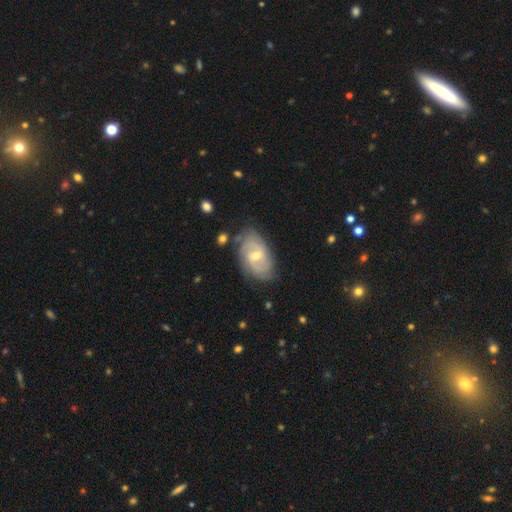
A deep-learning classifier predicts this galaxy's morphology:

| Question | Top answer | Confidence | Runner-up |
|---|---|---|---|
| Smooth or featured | featured or disk | 77% | smooth (16%) |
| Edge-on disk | no | 95% | yes (5%) |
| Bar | weak | 56% | no (30%) |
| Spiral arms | yes | 91% | no (9%) |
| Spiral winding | tight | 53% | medium (34%) |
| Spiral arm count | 2 | 35% | can't tell (33%) |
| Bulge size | moderate | 54% | small (42%) |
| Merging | none | 75% | minor disturbance (18%) |